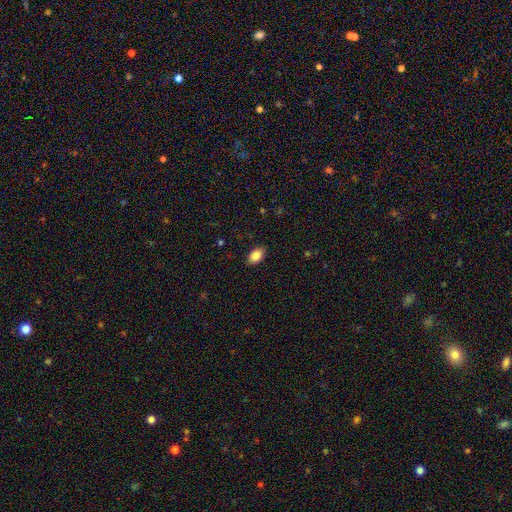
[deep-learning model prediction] Overall: smooth (86%). How rounded: in between (88%). Merging: none (88%).